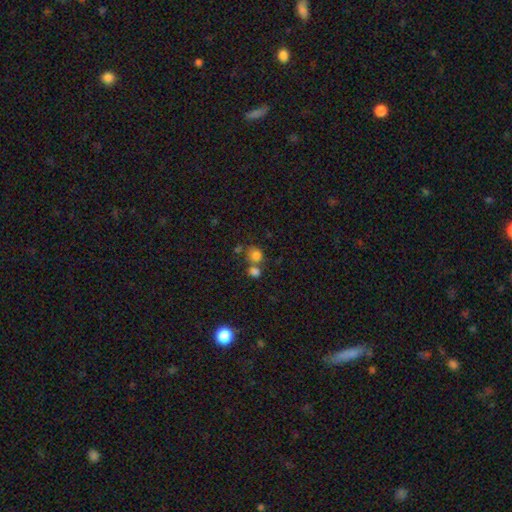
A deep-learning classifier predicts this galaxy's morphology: Smooth or featured?
  - smooth: 78% *
  - star or artifact: 13%
  - featured or disk: 9%
How rounded?
  - round: 77% *
  - in between: 22%
  - cigar-shaped: 1%
Merging?
  - none: 46% *
  - merger: 39%
  - minor disturbance: 10%
  - major disturbance: 5%